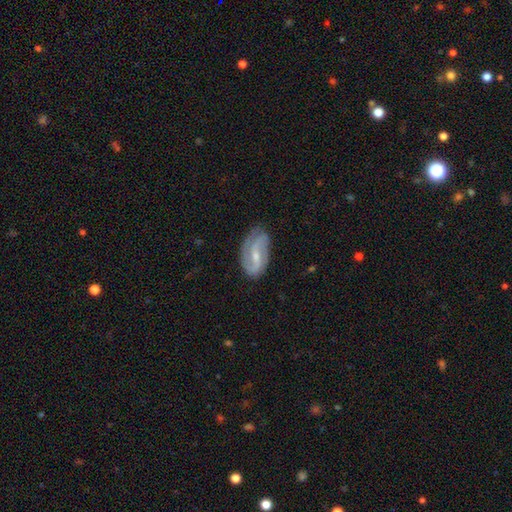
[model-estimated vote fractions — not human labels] smooth_or_featured: featured or disk (p=0.79) [alt: smooth p=0.15]
disk_edge_on: no (p=0.96) [alt: yes p=0.04]
bar: weak (p=0.46) [alt: strong p=0.32]
has_spiral_arms: yes (p=0.93) [alt: no p=0.07]
spiral_winding: medium (p=0.41) [alt: loose p=0.38]
spiral_arm_count: 2 (p=0.82) [alt: can't tell p=0.07]
bulge_size: small (p=0.59) [alt: moderate p=0.34]
merging: none (p=0.72) [alt: minor disturbance p=0.21]